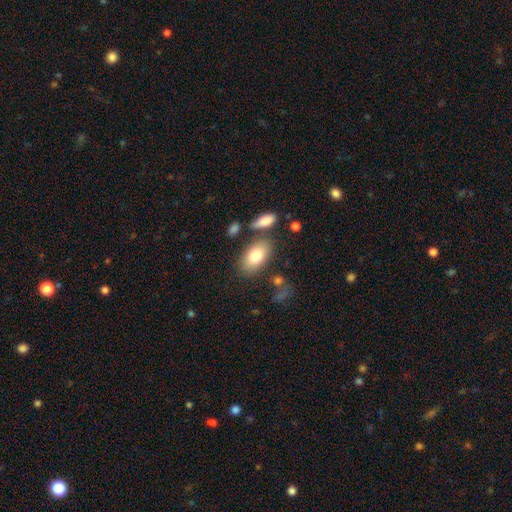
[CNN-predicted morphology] This is likely a smooth galaxy (78%). How rounded: clearly in between (92%). Merging: likely none (73%).